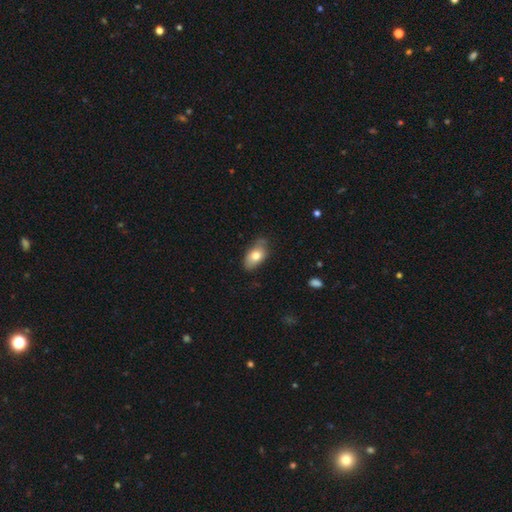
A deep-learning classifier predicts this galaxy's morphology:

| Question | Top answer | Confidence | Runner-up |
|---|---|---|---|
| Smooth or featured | smooth | 75% | featured or disk (18%) |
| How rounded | in between | 91% | round (6%) |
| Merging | none | 68% | minor disturbance (26%) |